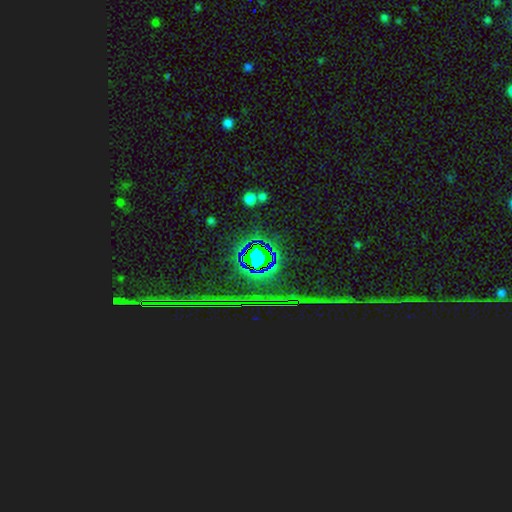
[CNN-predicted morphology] Smooth or featured? Predicted: star or artifact (p=0.76).